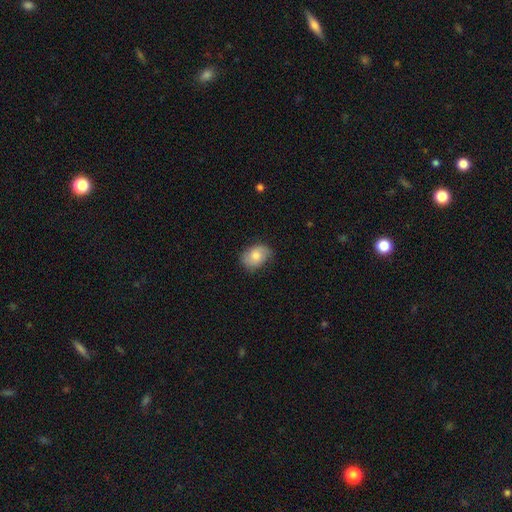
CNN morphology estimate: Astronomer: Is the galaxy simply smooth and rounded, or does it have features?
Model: smooth — 66%.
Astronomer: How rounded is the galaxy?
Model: in between — 74%.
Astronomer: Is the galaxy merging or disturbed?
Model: none — 73%.